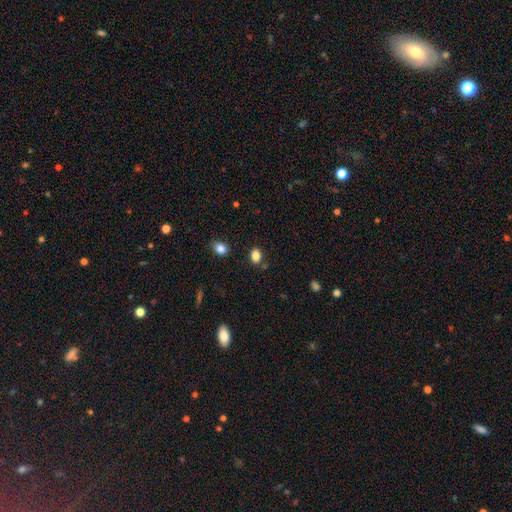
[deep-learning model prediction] Overall: smooth (85%). How rounded: in between (65%; round 34%). Merging: none (82%).